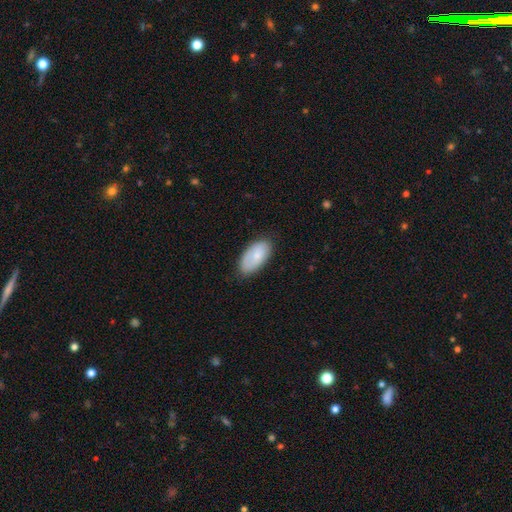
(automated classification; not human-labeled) A smooth galaxy with no disk features (75%) that is in between round and cigar-shaped (95%). Merging: none (78%).